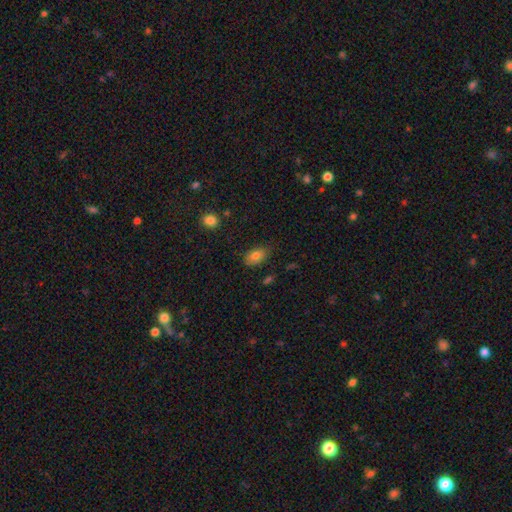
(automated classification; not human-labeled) Smooth or featured: smooth — 80% (featured or disk — 11%)
How rounded: in between — 87% (round — 11%)
Merging: none — 77% (minor disturbance — 18%)